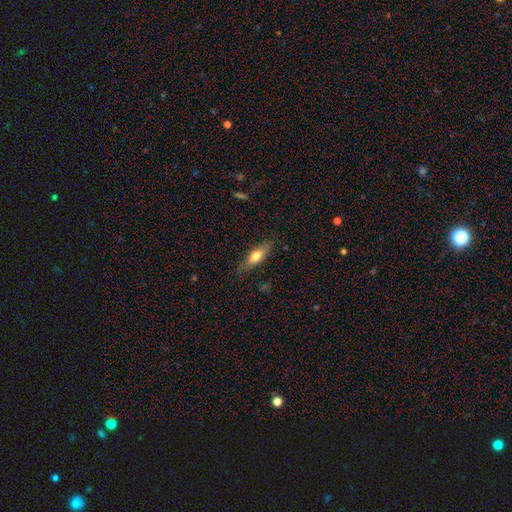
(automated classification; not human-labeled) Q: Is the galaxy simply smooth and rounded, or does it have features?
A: smooth — 63%.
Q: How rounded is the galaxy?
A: in between — 50%.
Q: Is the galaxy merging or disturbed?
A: none — 78%.